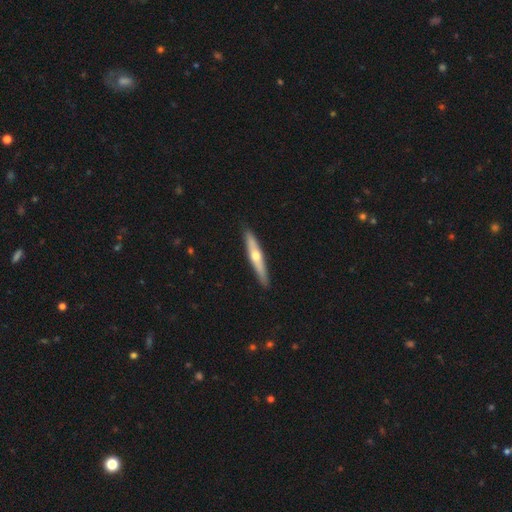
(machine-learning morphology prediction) Smooth or featured? Predicted: featured or disk (p=0.56). Edge-on disk? Predicted: yes (p=0.94). Edge-on bulge? Predicted: rounded (p=0.89). Merging? Predicted: none (p=0.91).